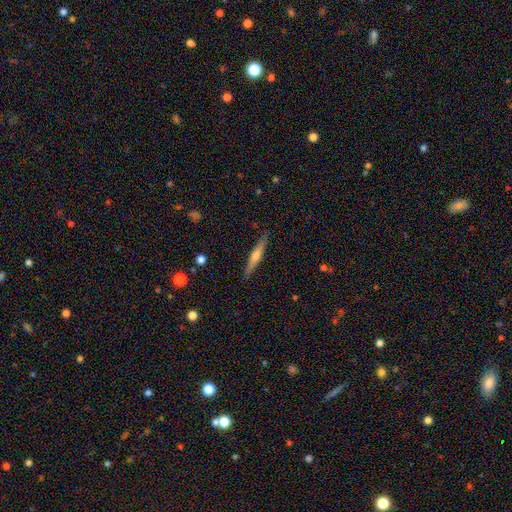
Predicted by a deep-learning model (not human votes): Smooth or featured? Predicted: featured or disk (p=0.63). Edge-on disk? Predicted: yes (p=0.97). Edge-on bulge? Predicted: rounded (p=0.81). Merging? Predicted: none (p=0.90).